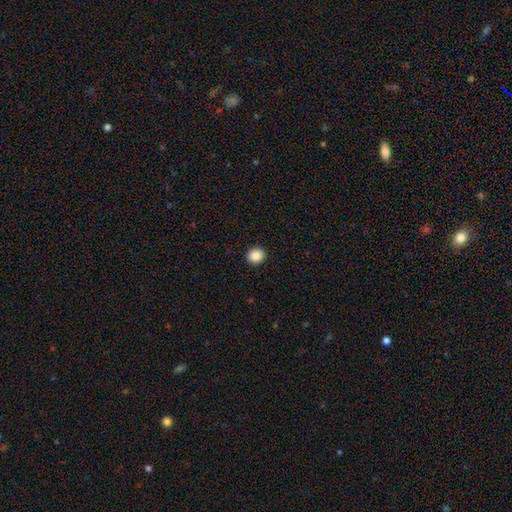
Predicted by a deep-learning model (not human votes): Smooth or featured? smooth (87%)
How rounded? round (83%)
Merging? none (92%)